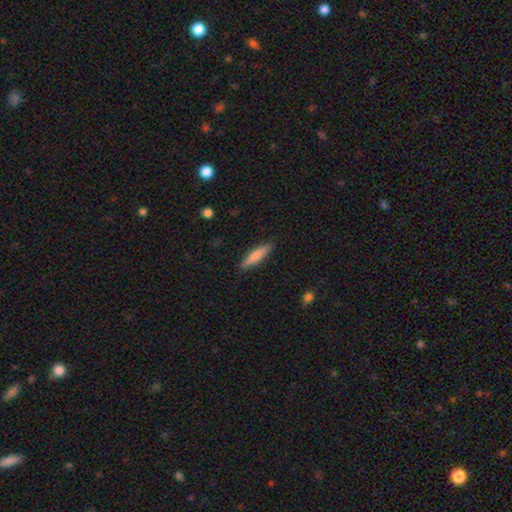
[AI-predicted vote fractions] Smooth or featured? Predicted: smooth (p=0.75). How rounded? Predicted: cigar-shaped (p=0.83). Merging? Predicted: none (p=0.89).